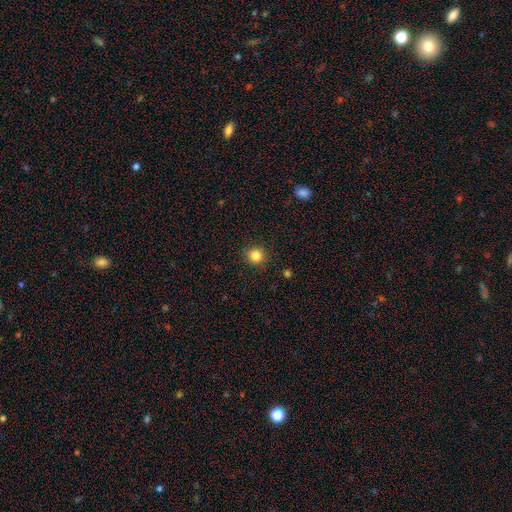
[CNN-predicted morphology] This is clearly a smooth galaxy (84%). How rounded: clearly round (93%). Merging: clearly none (90%).